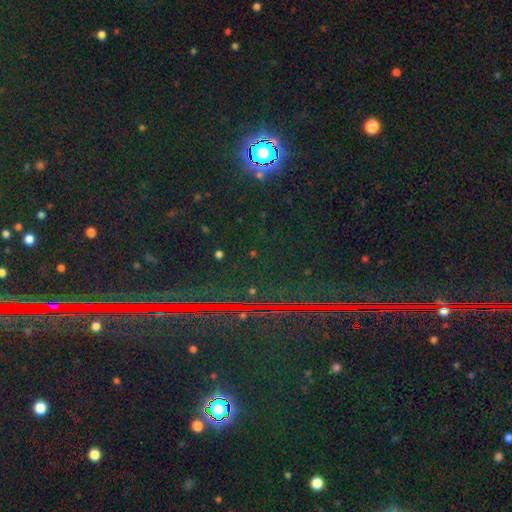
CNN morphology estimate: Smooth or featured? star or artifact (86%)